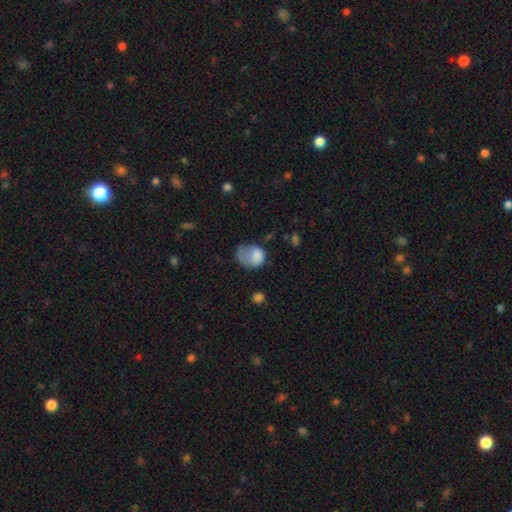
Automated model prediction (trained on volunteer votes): Morphology: type=smooth (72%); roundness=in between (53%); merging=major disturbance (46%).